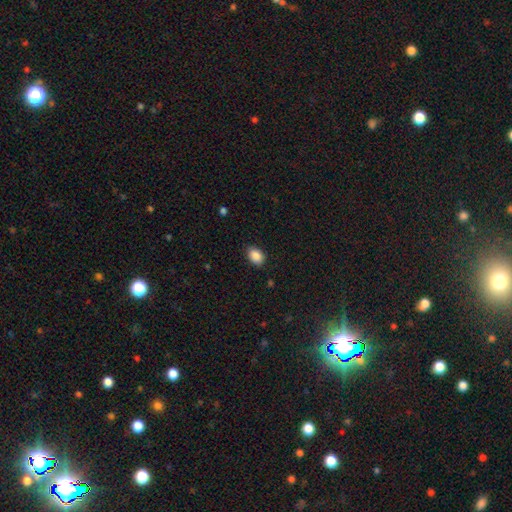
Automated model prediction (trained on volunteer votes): smooth 89%, star or artifact 8%, featured or disk 3%. Down the decision tree: how rounded — in between (80%); merging — none (84%).